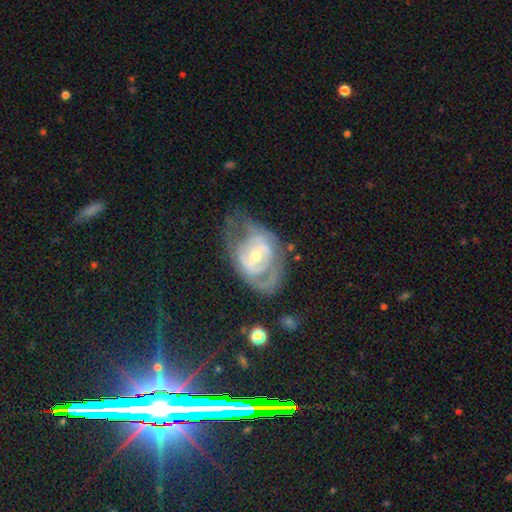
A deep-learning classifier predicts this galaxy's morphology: Q: Smooth or featured?
A: featured or disk (80%); runner-up: smooth (14%)
Q: Edge-on disk?
A: no (96%); runner-up: yes (4%)
Q: Bar?
A: weak (45%); runner-up: no (31%)
Q: Spiral arms?
A: yes (77%); runner-up: no (23%)
Q: Spiral winding?
A: tight (48%); runner-up: medium (38%)
Q: Spiral arm count?
A: 2 (48%); runner-up: can't tell (34%)
Q: Bulge size?
A: small (52%); runner-up: moderate (43%)
Q: Merging?
A: none (49%); runner-up: minor disturbance (25%)